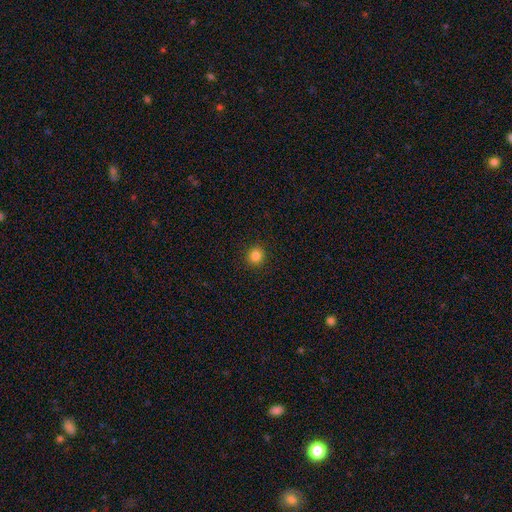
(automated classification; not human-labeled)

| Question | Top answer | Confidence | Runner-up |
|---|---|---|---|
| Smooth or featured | smooth | 84% | star or artifact (12%) |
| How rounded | round | 92% | in between (7%) |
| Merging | none | 92% | minor disturbance (5%) |